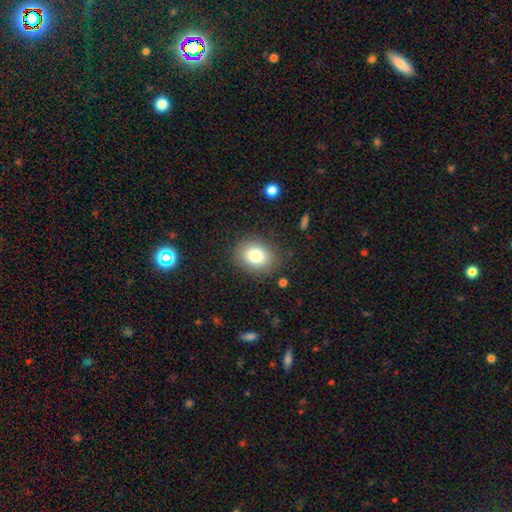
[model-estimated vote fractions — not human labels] Smooth or featured: smooth — 80% (star or artifact — 10%)
How rounded: in between — 51% (round — 48%)
Merging: none — 85% (minor disturbance — 10%)